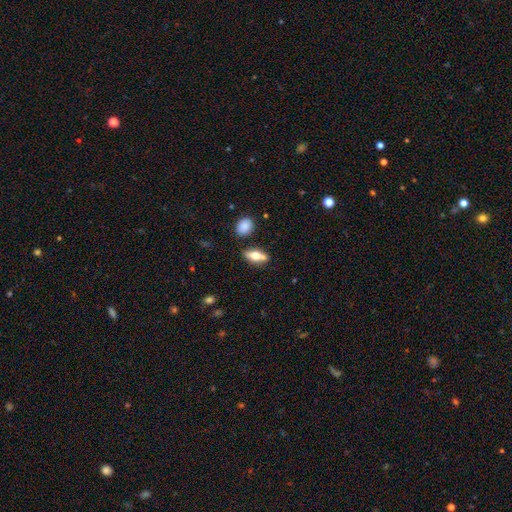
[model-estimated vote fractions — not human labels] This is likely a smooth galaxy (64%). How rounded: likely in between (76%). Merging: likely none (68%).